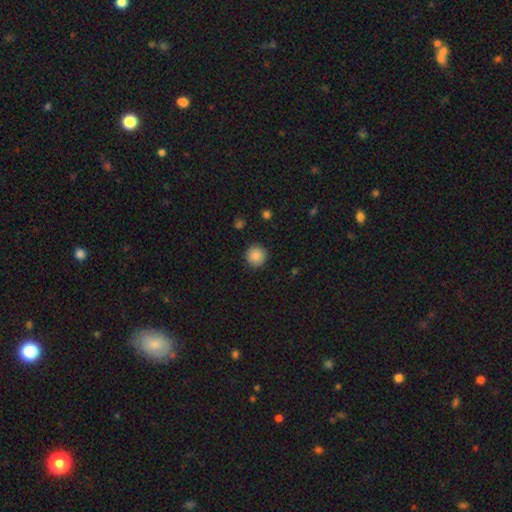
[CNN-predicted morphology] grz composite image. It shows a smooth galaxy with no disk features (88%) that is round (95%). Merging: none (91%).